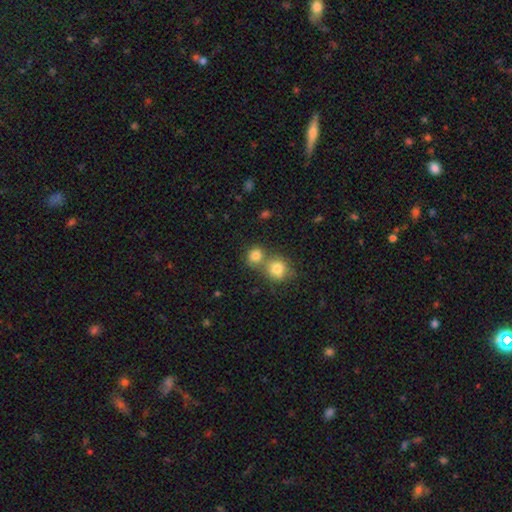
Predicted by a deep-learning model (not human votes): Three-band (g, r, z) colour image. It shows a smooth galaxy with no disk features (81%) that is round (80%). Merging: none (46%).